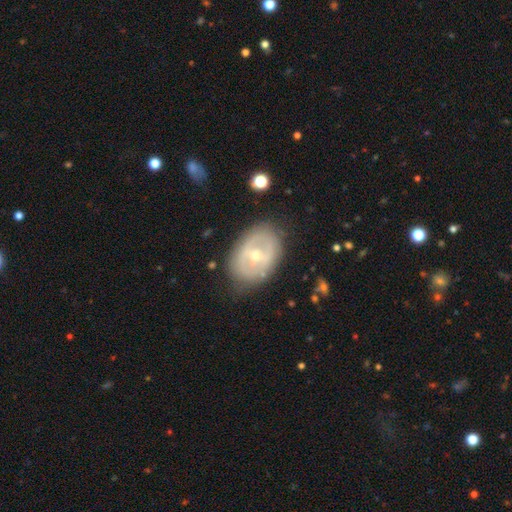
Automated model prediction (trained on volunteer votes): Smooth or featured? featured or disk (65%)
Edge-on disk? no (93%)
Bar? weak (40%, tied with no)
Spiral arms? no (65%)
Bulge size? moderate (50%)
Merging? none (75%)